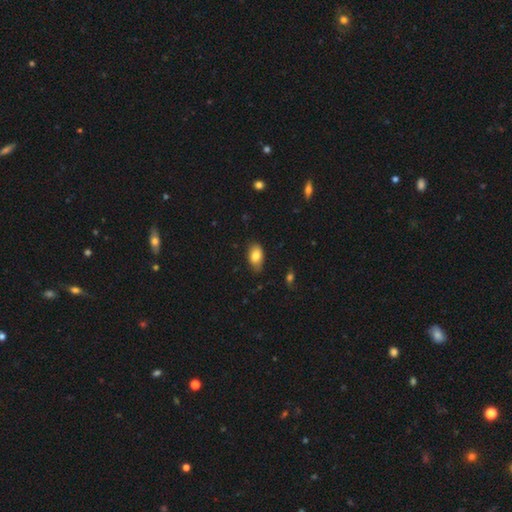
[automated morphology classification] Overall: smooth (82%). How rounded: in between (90%). Merging: none (75%).